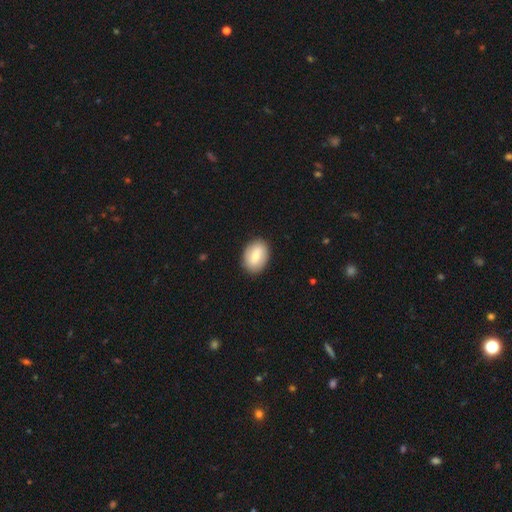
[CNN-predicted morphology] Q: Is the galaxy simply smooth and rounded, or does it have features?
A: smooth — 74%.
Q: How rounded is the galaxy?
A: in between — 74%.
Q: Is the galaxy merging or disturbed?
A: none — 88%.